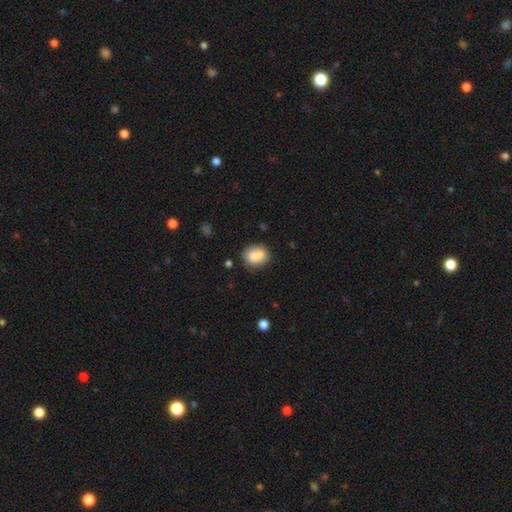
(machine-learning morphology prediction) Overall: smooth (80%). How rounded: round (53%; in between 46%). Merging: none (59%; merger 21%).